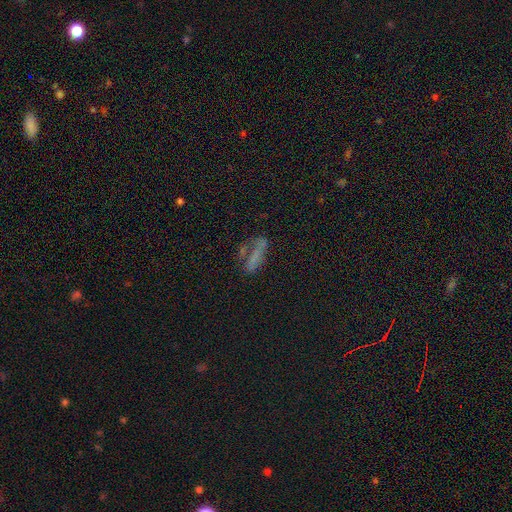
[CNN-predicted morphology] Overall: smooth (51%; star or artifact 26%). How rounded: cigar-shaped (55%; in between 39%). Merging: none (50%; minor disturbance 21%).